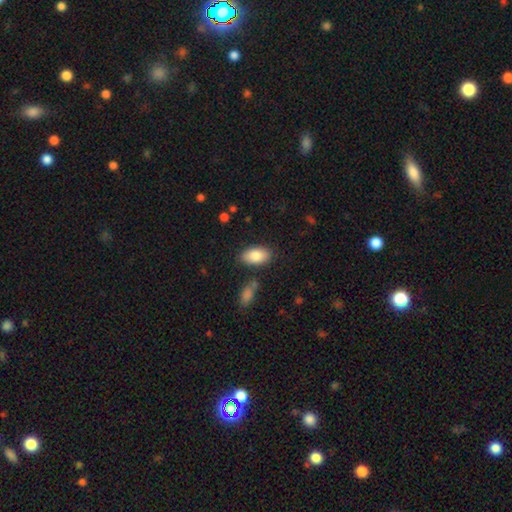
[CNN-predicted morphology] Smooth or featured: smooth — 85% (featured or disk — 9%)
How rounded: in between — 94% (round — 4%)
Merging: none — 82% (minor disturbance — 12%)